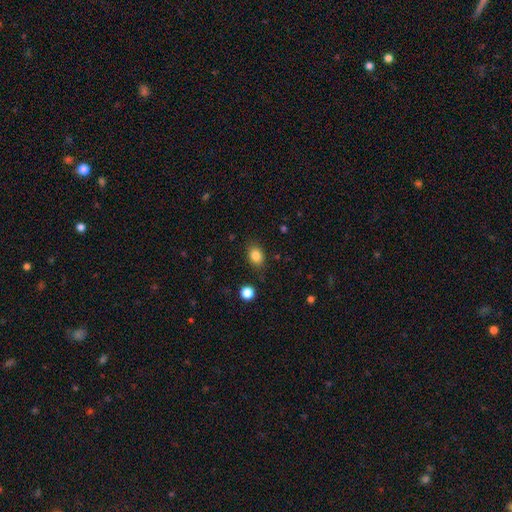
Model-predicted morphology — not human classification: Q: Smooth or featured?
A: smooth (84%); runner-up: star or artifact (10%)
Q: How rounded?
A: in between (69%); runner-up: round (30%)
Q: Merging?
A: none (82%); runner-up: minor disturbance (13%)